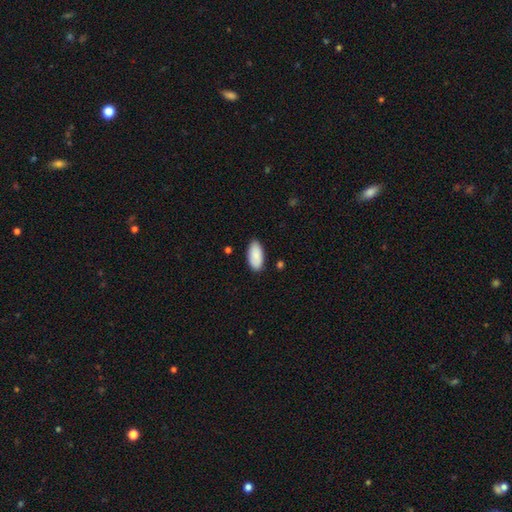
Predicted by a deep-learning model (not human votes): Smooth or featured: smooth — 88% (star or artifact — 6%)
How rounded: in between — 94% (cigar-shaped — 5%)
Merging: none — 83% (minor disturbance — 13%)